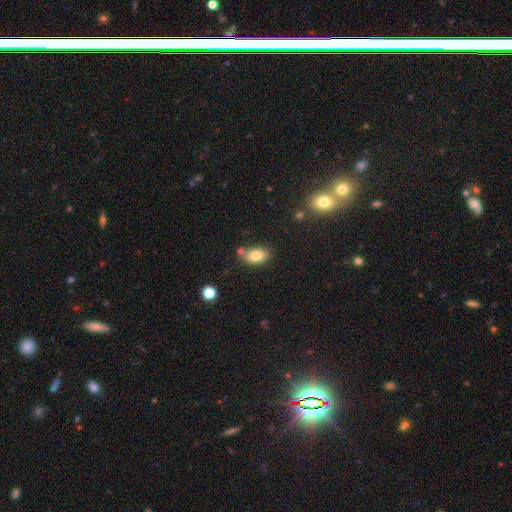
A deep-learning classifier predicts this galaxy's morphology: The model was most divided on "merging": none: 73%, minor disturbance: 14%, merger: 10%, major disturbance: 3%. More confident: how rounded — in between (89%); smooth or featured — smooth (81%).